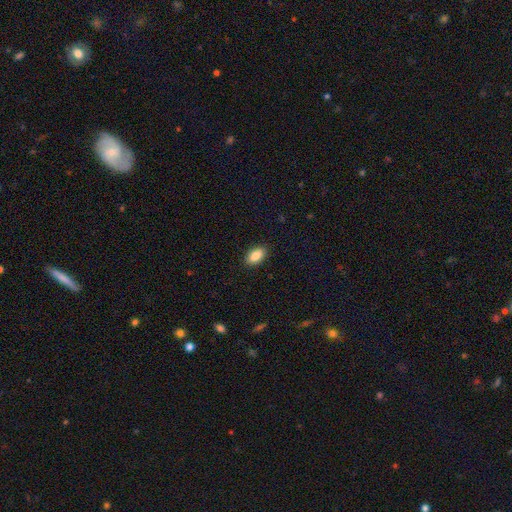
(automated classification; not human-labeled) A smooth galaxy with no disk features (89%) that is in between round and cigar-shaped (93%). Merging: none (89%).